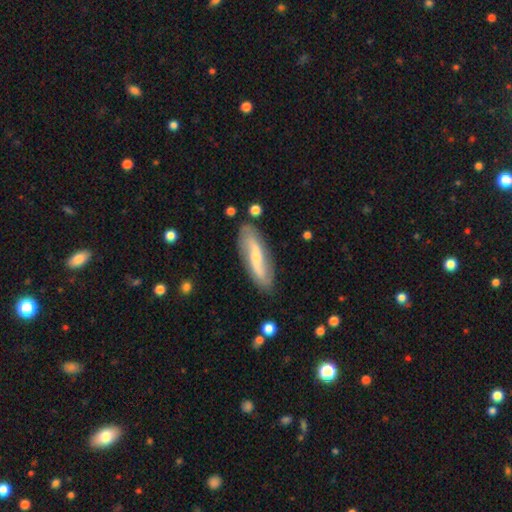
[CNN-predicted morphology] A featured or disk galaxy (68%) with no bar (40%), spiral arms (84%) and a small central bulge (62%). Merging: none (83%).